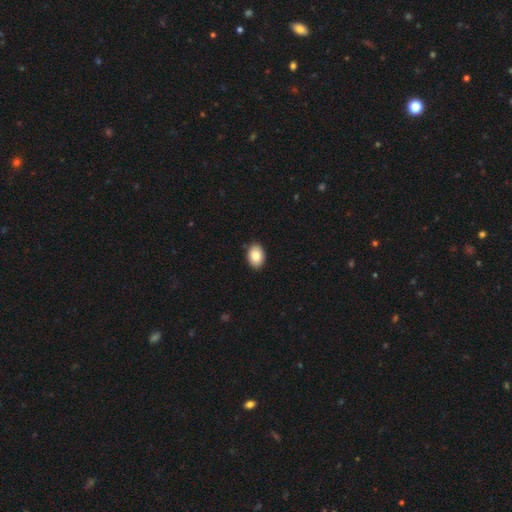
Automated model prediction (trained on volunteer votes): Smooth or featured? smooth (87%)
How rounded? in between (82%)
Merging? none (88%)